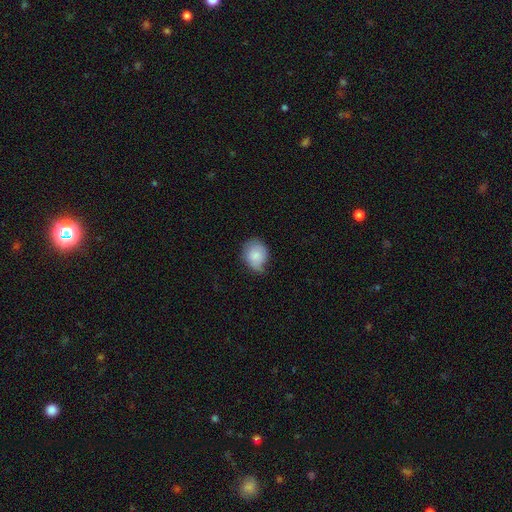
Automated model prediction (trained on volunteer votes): Smooth or featured: smooth — 81% (featured or disk — 12%)
How rounded: round — 57% (in between — 42%)
Merging: none — 44% (minor disturbance — 43%)